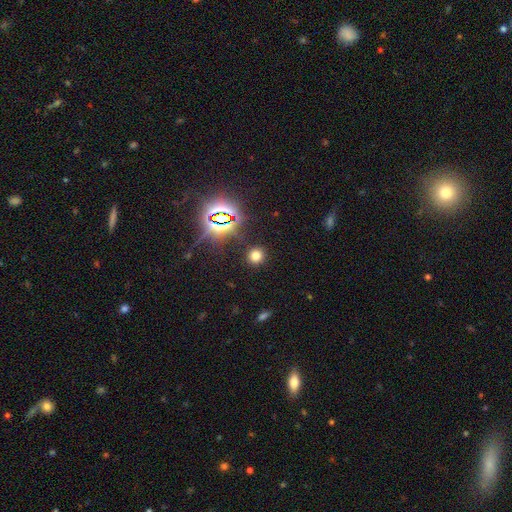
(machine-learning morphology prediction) Q: Smooth or featured?
A: smooth (67%); runner-up: star or artifact (27%)
Q: How rounded?
A: round (88%); runner-up: in between (11%)
Q: Merging?
A: none (89%); runner-up: minor disturbance (6%)